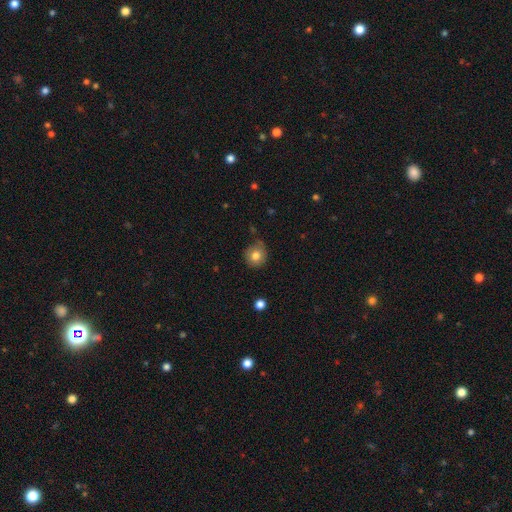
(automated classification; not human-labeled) A smooth galaxy with no disk features (79%) that is round (89%). Merging: none (74%).